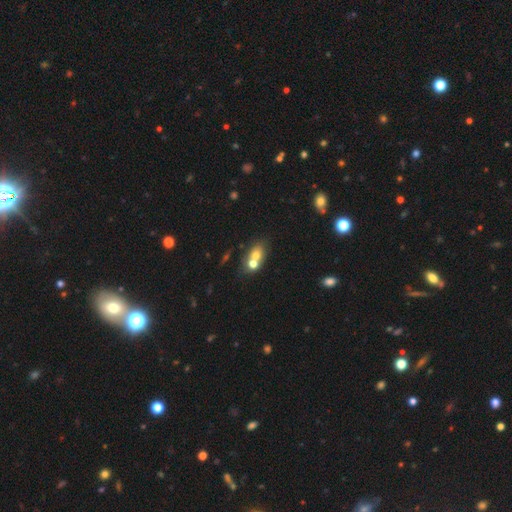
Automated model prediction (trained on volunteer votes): smooth-or-featured: smooth: 64% | featured or disk: 23% | star or artifact: 12%
  how-rounded: in between: 59% | round: 38% | cigar-shaped: 3%
  merging: merger: 54% | none: 34% | minor disturbance: 8% | major disturbance: 4%